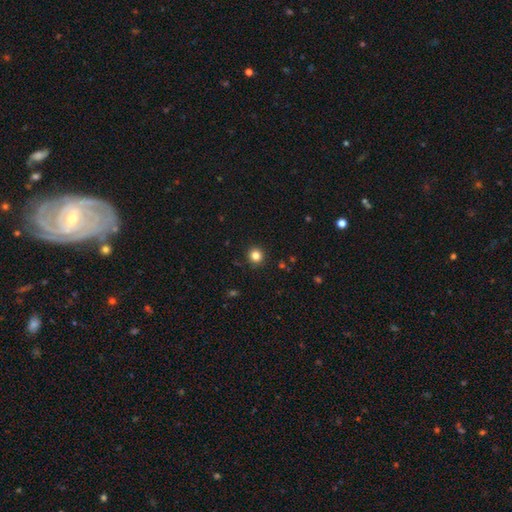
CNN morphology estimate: smooth 83%, star or artifact 12%, featured or disk 4%. Down the decision tree: how rounded — round (94%); merging — none (92%).